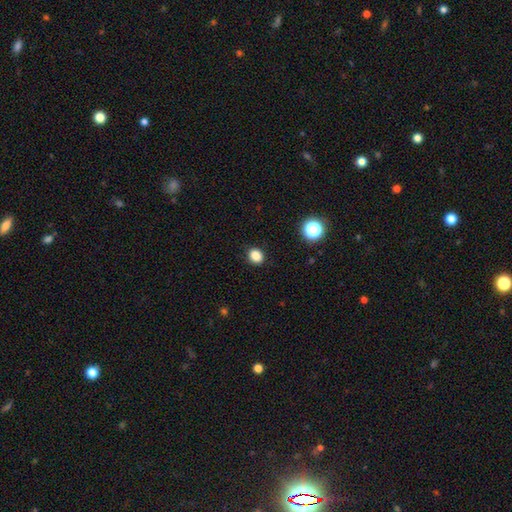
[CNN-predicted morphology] This appears to be a smooth galaxy with no disk features (85%) that is round (58%). Merging: none (90%).